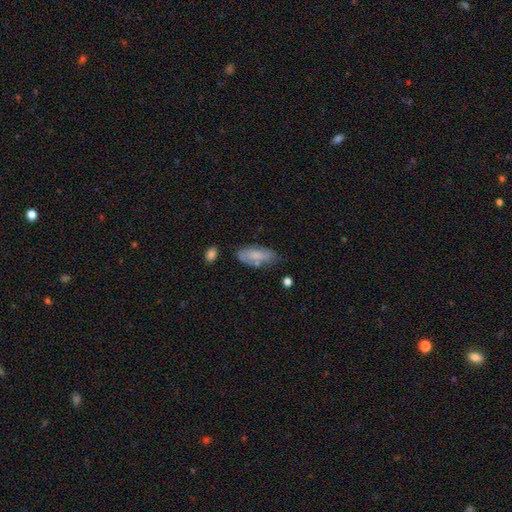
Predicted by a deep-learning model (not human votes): smooth_or_featured: smooth (p=0.70) [alt: featured or disk p=0.23]
how_rounded: in between (p=0.78) [alt: cigar-shaped p=0.20]
merging: none (p=0.63) [alt: minor disturbance p=0.26]